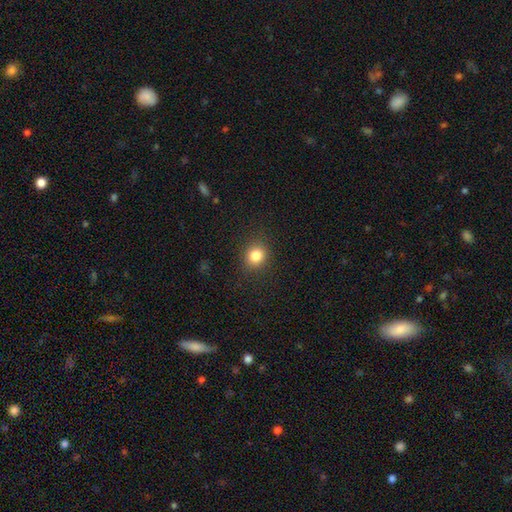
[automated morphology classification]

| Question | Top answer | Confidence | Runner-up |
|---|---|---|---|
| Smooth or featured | smooth | 82% | star or artifact (12%) |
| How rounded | round | 79% | in between (20%) |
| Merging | none | 89% | minor disturbance (8%) |